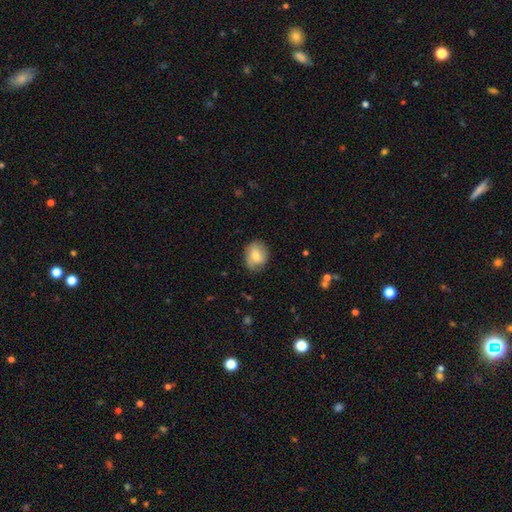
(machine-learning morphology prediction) Smooth or featured? Predicted: smooth (p=0.67). How rounded? Predicted: round (p=0.56). Merging? Predicted: none (p=0.73).